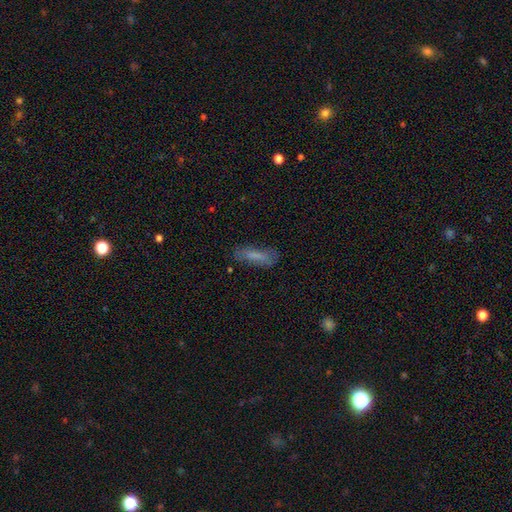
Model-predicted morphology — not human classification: A smooth galaxy with no disk features (69%) that is cigar-shaped (66%).

Vote fractions:
- Smooth or featured? smooth: 69% / featured or disk: 21% / star or artifact: 10%
- How rounded? cigar-shaped: 66% / in between: 33% / round: 2%
- Merging? none: 70% / minor disturbance: 20% / major disturbance: 8% / merger: 2%